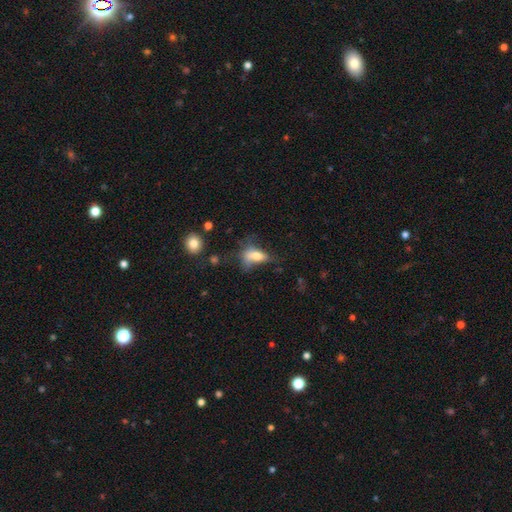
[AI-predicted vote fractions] Smooth or featured? smooth (65%)
How rounded? in between (81%)
Merging? major disturbance (42%)